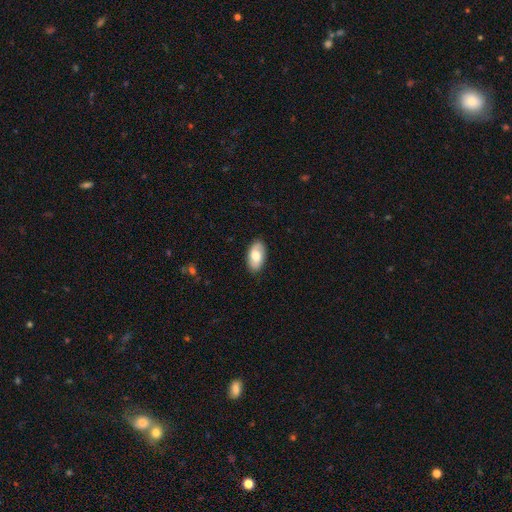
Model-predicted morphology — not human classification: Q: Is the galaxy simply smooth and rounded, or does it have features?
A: smooth — 71%.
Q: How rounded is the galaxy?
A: in between — 95%.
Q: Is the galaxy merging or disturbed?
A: none — 86%.